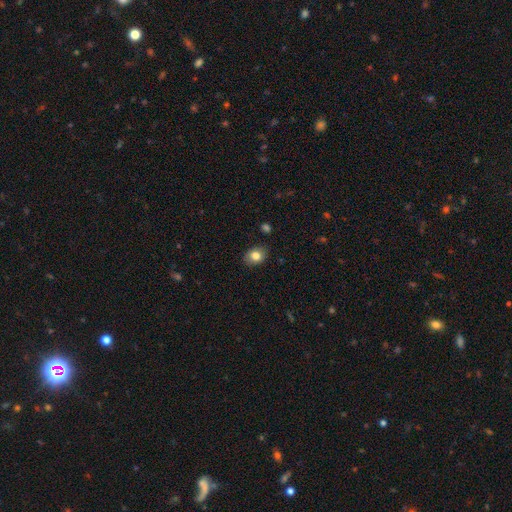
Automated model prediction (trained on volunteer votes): Morphology: type=smooth (82%); roundness=in between (67%); merging=none (85%).